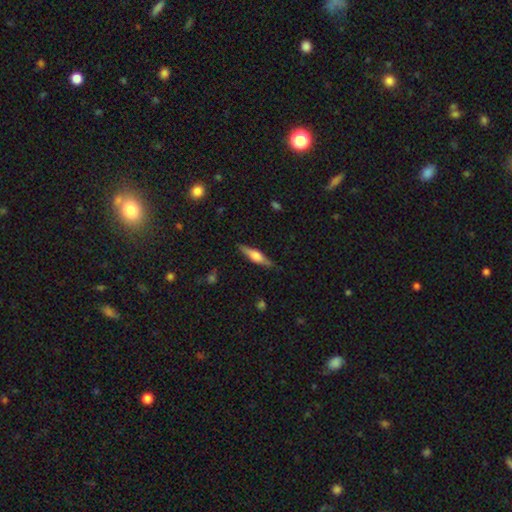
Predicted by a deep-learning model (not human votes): Overall: featured or disk (59%; smooth 34%). Edge-on disk: yes (96%). Edge-on bulge: rounded (83%). Merging: none (86%).